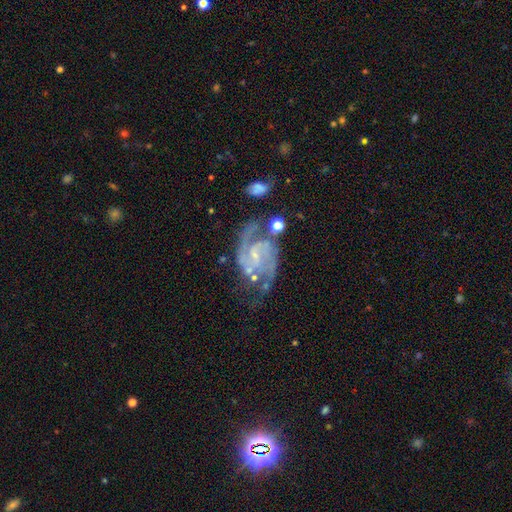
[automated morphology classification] Q: Smooth or featured?
A: featured or disk (90%); runner-up: star or artifact (6%)
Q: Edge-on disk?
A: no (98%); runner-up: yes (2%)
Q: Bar?
A: weak (49%); runner-up: no (35%)
Q: Spiral arms?
A: yes (97%); runner-up: no (3%)
Q: Spiral winding?
A: medium (55%); runner-up: tight (31%)
Q: Spiral arm count?
A: 2 (82%); runner-up: 3 (6%)
Q: Bulge size?
A: small (71%); runner-up: none (15%)
Q: Merging?
A: none (55%); runner-up: minor disturbance (22%)